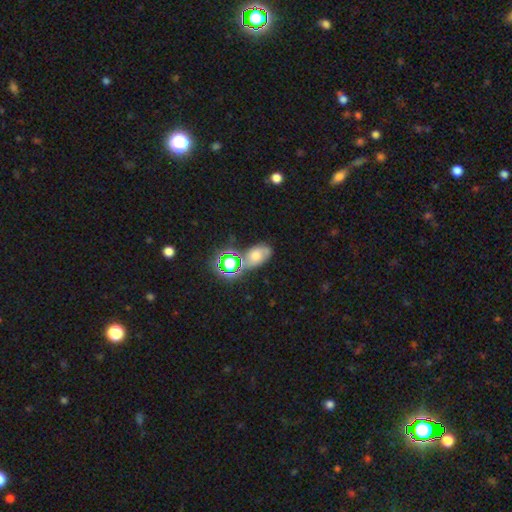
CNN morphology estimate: Smooth or featured?
  - smooth: 51% *
  - star or artifact: 25%
  - featured or disk: 25%
How rounded?
  - in between: 81% *
  - round: 17%
  - cigar-shaped: 3%
Merging?
  - none: 59% *
  - minor disturbance: 21%
  - merger: 11%
  - major disturbance: 8%